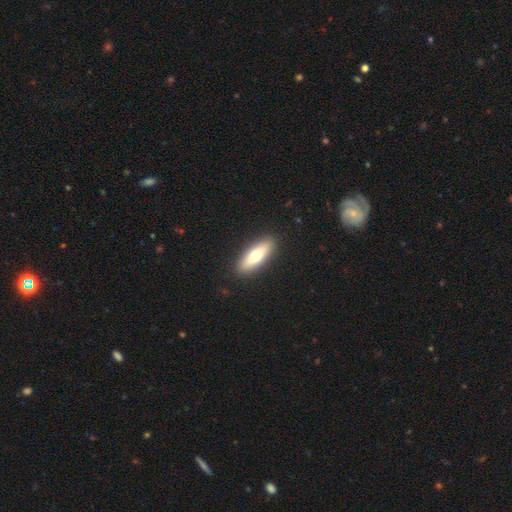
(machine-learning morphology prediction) type=smooth (65%); roundness=in between (57%); merging=none (90%).